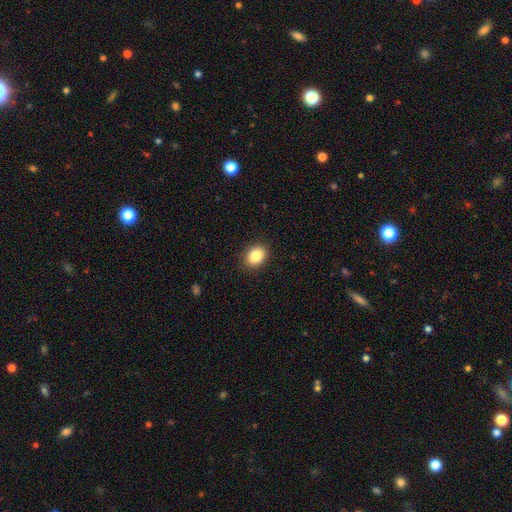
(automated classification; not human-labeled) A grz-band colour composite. It shows a smooth galaxy with no disk features (86%) that is in between round and cigar-shaped (55%). Merging: none (89%).